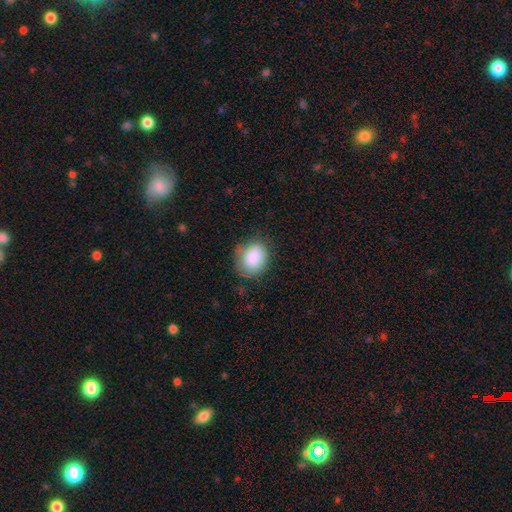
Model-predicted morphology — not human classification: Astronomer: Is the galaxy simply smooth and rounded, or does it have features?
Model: smooth — 87%.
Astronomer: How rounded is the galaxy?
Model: in between — 58% (runner-up: round, 41%).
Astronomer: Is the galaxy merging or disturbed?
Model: none — 71%.